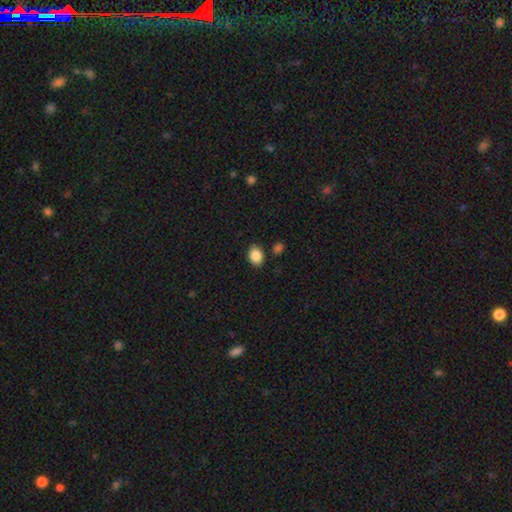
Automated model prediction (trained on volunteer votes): Overall: smooth (88%). How rounded: in between (71%). Merging: none (84%).